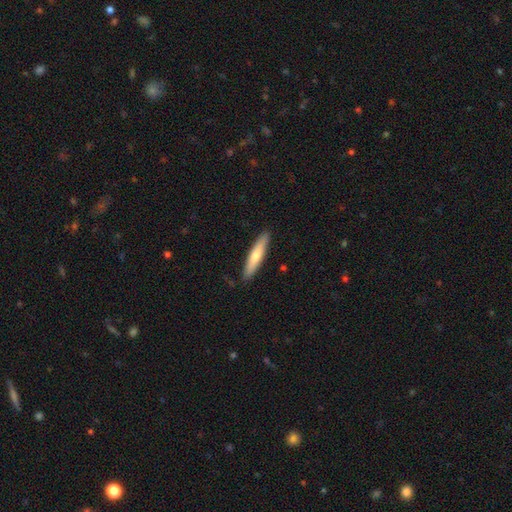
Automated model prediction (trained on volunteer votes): Overall: smooth (67%; featured or disk 28%). How rounded: cigar-shaped (87%). Merging: none (89%).